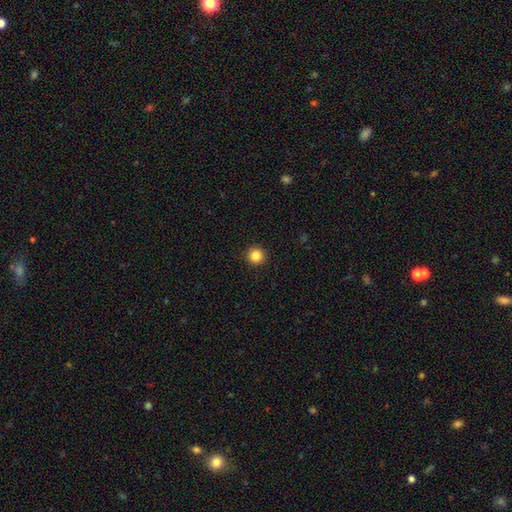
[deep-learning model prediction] Smooth or featured: smooth — 85% (star or artifact — 11%)
How rounded: round — 95% (in between — 4%)
Merging: none — 93% (minor disturbance — 4%)